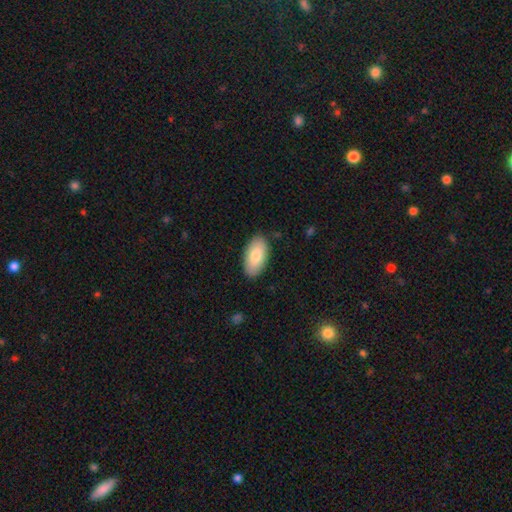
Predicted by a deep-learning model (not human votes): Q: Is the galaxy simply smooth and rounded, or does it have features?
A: smooth — 81%.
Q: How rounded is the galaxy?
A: in between — 95%.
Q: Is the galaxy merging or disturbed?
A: none — 86%.